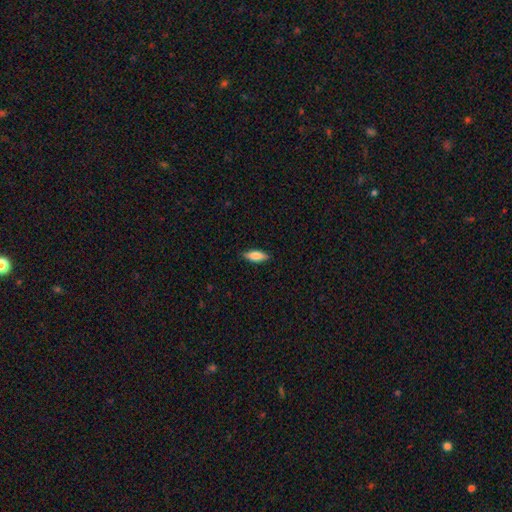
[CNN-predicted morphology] Q: Smooth or featured?
A: smooth (81%); runner-up: featured or disk (13%)
Q: How rounded?
A: in between (66%); runner-up: cigar-shaped (32%)
Q: Merging?
A: none (88%); runner-up: minor disturbance (9%)